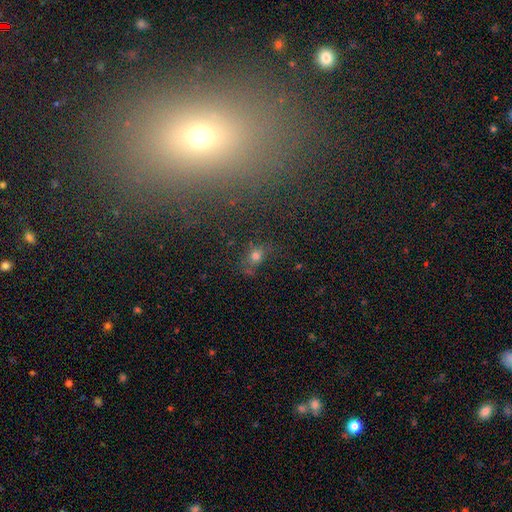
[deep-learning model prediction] smooth-or-featured: smooth: 63% | star or artifact: 24% | featured or disk: 13%
  how-rounded: round: 49% | in between: 47% | cigar-shaped: 4%
  merging: none: 60% | minor disturbance: 18% | major disturbance: 13% | merger: 9%